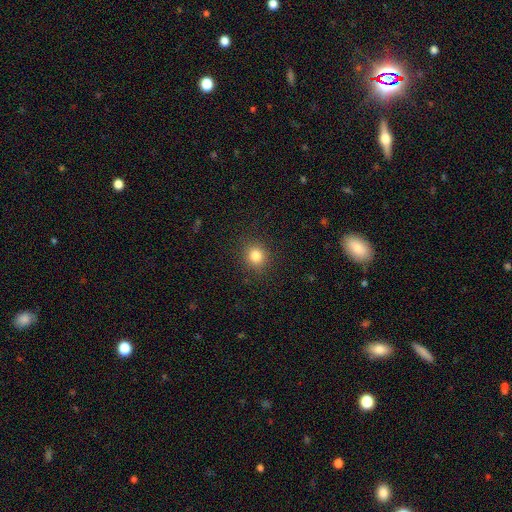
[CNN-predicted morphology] type=smooth (82%); roundness=round (85%); merging=none (90%).